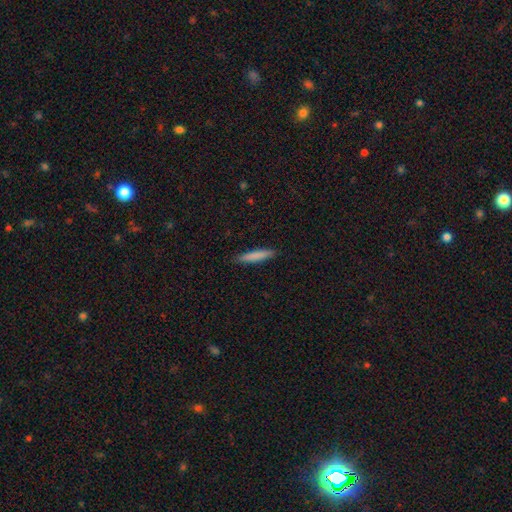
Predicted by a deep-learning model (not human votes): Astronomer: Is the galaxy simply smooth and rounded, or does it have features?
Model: smooth — 81%.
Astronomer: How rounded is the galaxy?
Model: cigar-shaped — 91%.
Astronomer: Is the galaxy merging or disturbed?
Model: none — 90%.